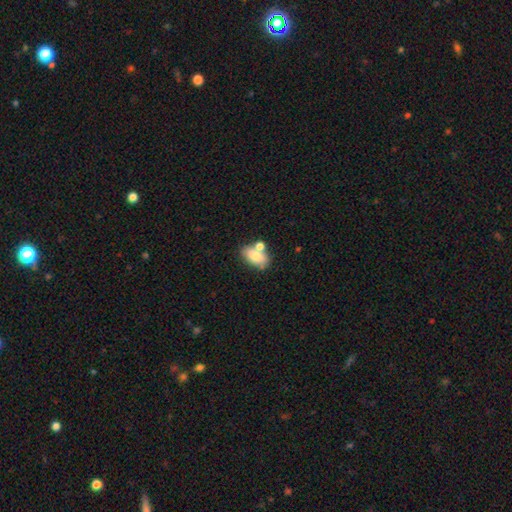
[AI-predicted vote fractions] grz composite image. It shows a smooth galaxy with no disk features (76%) that is in between round and cigar-shaped (88%). Merging: none (51%).